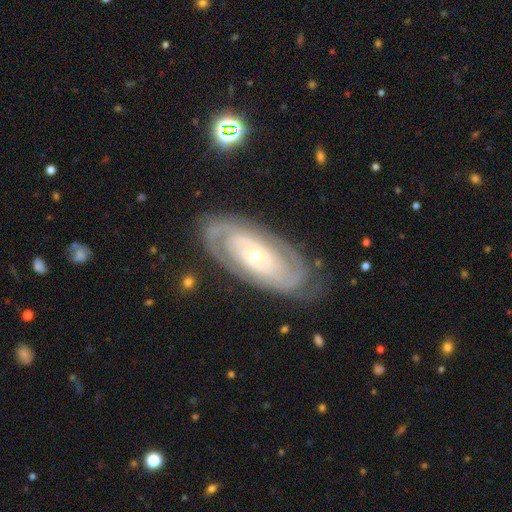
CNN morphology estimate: This is clearly a featured or disk galaxy (84%). It is clearly not viewed edge-on (93%). Bar: likely no (69%). Spiral arm pattern: clearly yes (87%). Spiral arm count: marginally 2 (41%). Spiral winding: likely tight (73%). Central bulge: likely small (78%). Merging: likely none (78%).